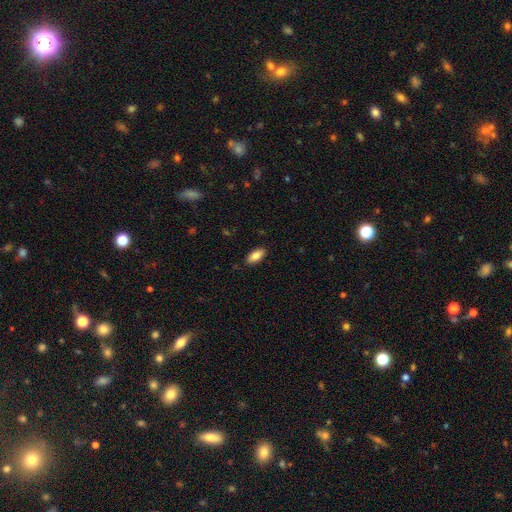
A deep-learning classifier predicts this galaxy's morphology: A smooth galaxy with no disk features (85%) that is in between round and cigar-shaped (88%). Merging: none (89%).